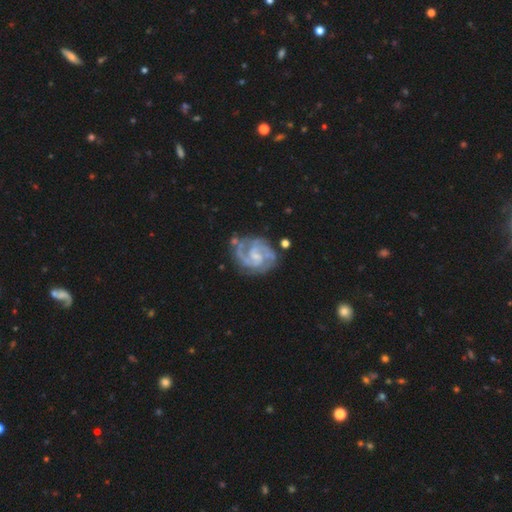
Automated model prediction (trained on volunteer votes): Smooth or featured: featured or disk — 91% (smooth — 5%)
Edge-on disk: no — 98% (yes — 2%)
Bar: weak — 49% (no — 39%)
Spiral arms: yes — 98% (no — 2%)
Spiral winding: tight — 47% (medium — 46%)
Spiral arm count: 2 — 63% (3 — 19%)
Bulge size: small — 57% (moderate — 23%)
Merging: none — 66% (minor disturbance — 21%)